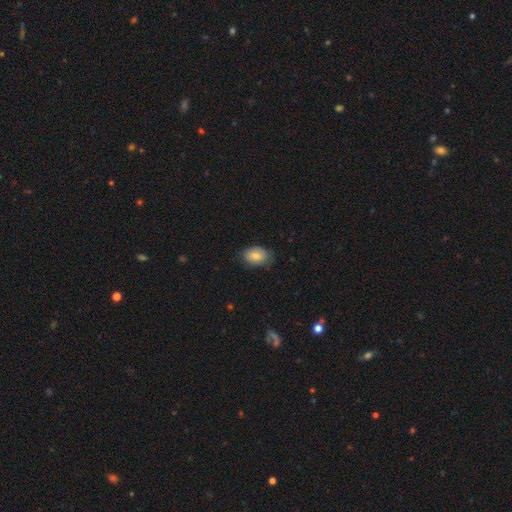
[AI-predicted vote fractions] Smooth or featured: smooth — 80% (featured or disk — 12%)
How rounded: in between — 81% (round — 18%)
Merging: none — 77% (minor disturbance — 18%)